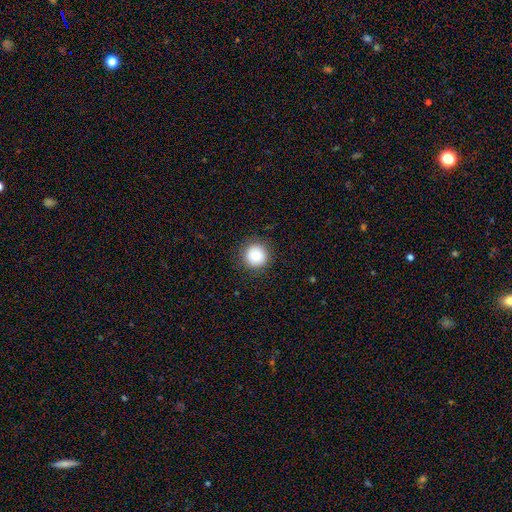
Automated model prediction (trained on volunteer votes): Smooth or featured? Predicted: smooth (p=0.82). How rounded? Predicted: round (p=0.95). Merging? Predicted: none (p=0.90).